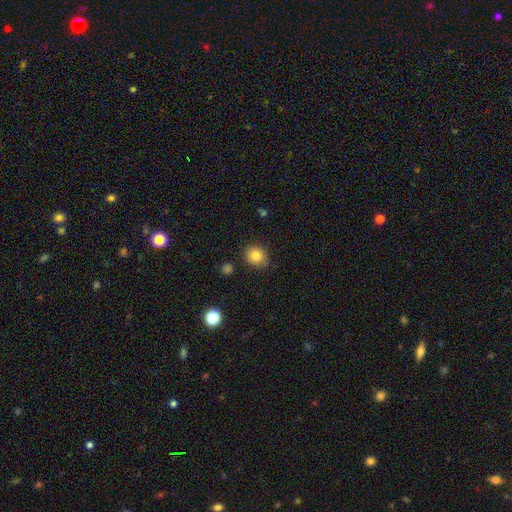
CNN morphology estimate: This appears to be a smooth galaxy with no disk features (83%) that is round (77%). Merging: none (83%).